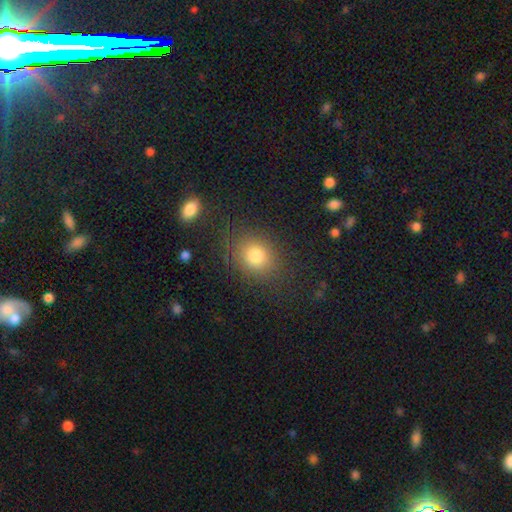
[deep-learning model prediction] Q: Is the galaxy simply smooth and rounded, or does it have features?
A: smooth — 79%.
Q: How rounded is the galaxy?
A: round — 66%.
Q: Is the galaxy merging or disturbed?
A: none — 83%.